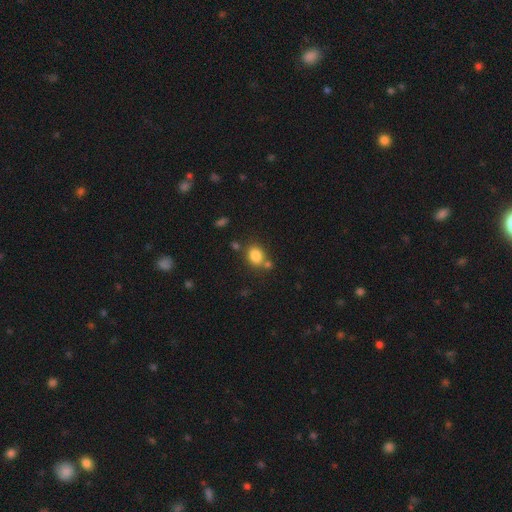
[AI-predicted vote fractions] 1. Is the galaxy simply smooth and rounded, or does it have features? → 83% smooth, 10% star or artifact, 7% featured or disk.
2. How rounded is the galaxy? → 56% round, 43% in between, 1% cigar-shaped.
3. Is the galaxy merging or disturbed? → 65% none, 18% merger, 12% minor disturbance, 4% major disturbance.